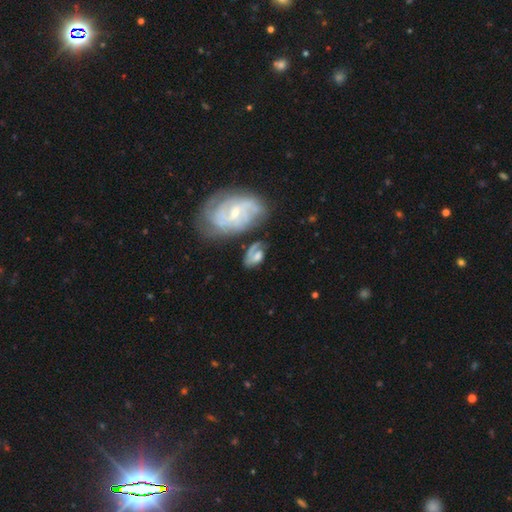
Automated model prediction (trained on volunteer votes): Smooth or featured?
  - featured or disk: 58% *
  - smooth: 33%
  - star or artifact: 9%
Edge-on disk?
  - no: 95% *
  - yes: 5%
Bar?
  - no: 55% *
  - weak: 35%
  - strong: 10%
Spiral arms?
  - yes: 78% *
  - no: 22%
Bulge size?
  - small: 37% *
  - moderate: 36%
  - none: 14%
  - large: 10%
  - dominant: 3%
Merging?
  - none: 44% *
  - minor disturbance: 22%
  - major disturbance: 19%
  - merger: 16%